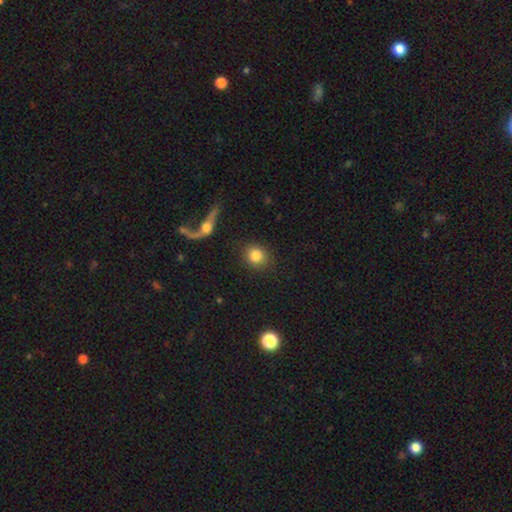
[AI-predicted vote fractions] The model was most divided on "how rounded": round: 83%, in between: 15%, cigar-shaped: 1%. More confident: merging — none (82%); smooth or featured — smooth (82%).